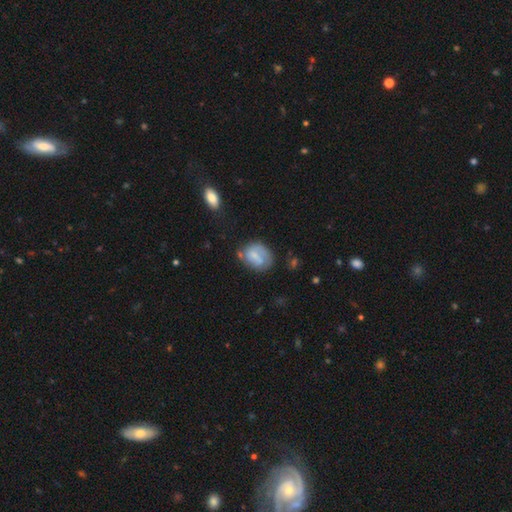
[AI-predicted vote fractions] smooth_or_featured: smooth (p=0.54) [alt: featured or disk p=0.39]
how_rounded: in between (p=0.61) [alt: round p=0.38]
merging: none (p=0.51) [alt: minor disturbance p=0.28]